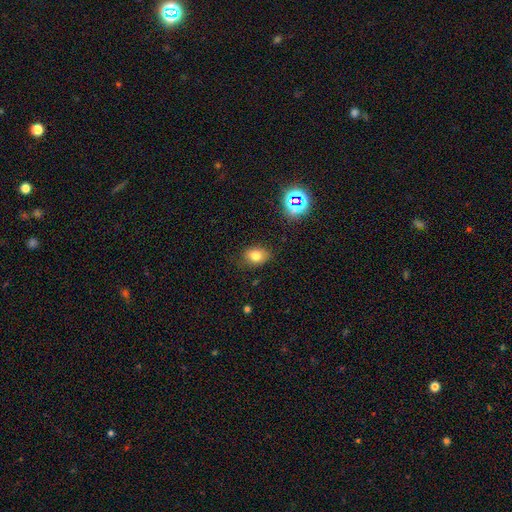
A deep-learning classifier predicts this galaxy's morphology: Smooth or featured?
  - smooth: 76% *
  - star or artifact: 15%
  - featured or disk: 9%
How rounded?
  - in between: 67% *
  - round: 32%
  - cigar-shaped: 1%
Merging?
  - none: 78% *
  - minor disturbance: 16%
  - major disturbance: 4%
  - merger: 2%